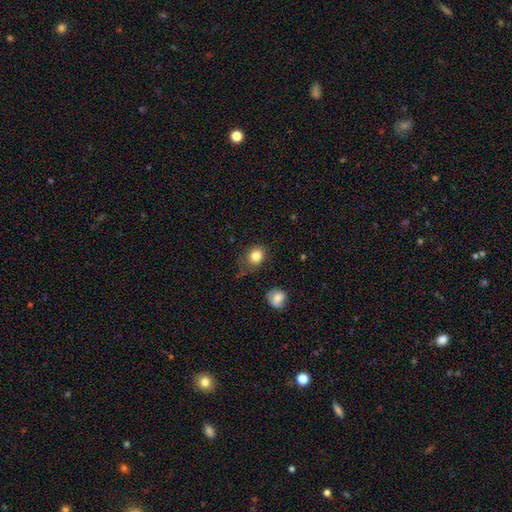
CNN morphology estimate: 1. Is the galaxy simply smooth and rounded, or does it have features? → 83% smooth, 10% star or artifact, 7% featured or disk.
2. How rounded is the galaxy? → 65% round, 34% in between, 1% cigar-shaped.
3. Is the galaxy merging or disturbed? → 66% none, 24% minor disturbance, 7% major disturbance, 3% merger.